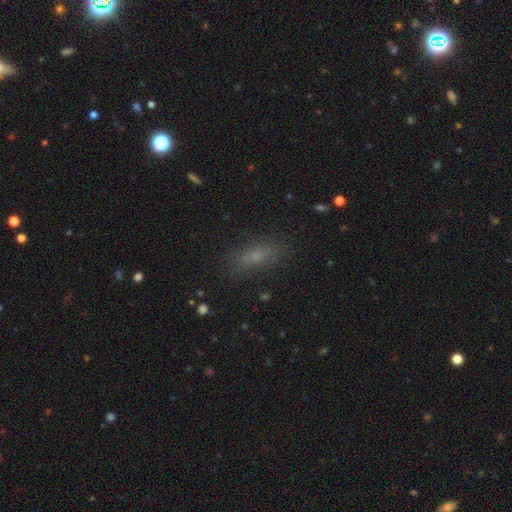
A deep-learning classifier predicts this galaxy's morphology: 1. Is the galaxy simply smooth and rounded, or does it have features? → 68% smooth, 17% star or artifact, 15% featured or disk.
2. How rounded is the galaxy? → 61% in between, 34% cigar-shaped, 5% round.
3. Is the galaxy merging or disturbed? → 81% none, 12% minor disturbance, 5% major disturbance, 2% merger.